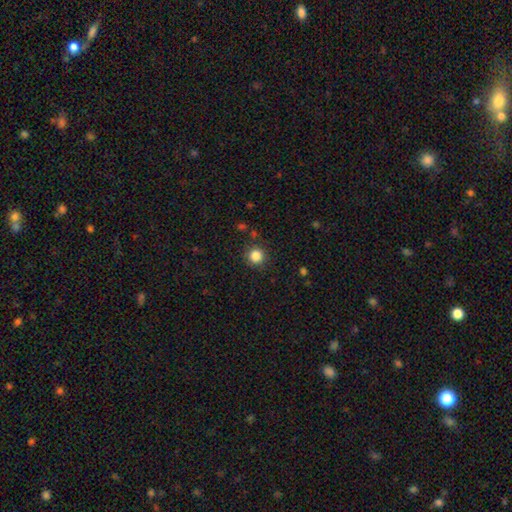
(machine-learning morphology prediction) smooth_or_featured: smooth (p=0.84) [alt: star or artifact p=0.11]
how_rounded: round (p=0.94) [alt: in between p=0.05]
merging: none (p=0.88) [alt: minor disturbance p=0.08]